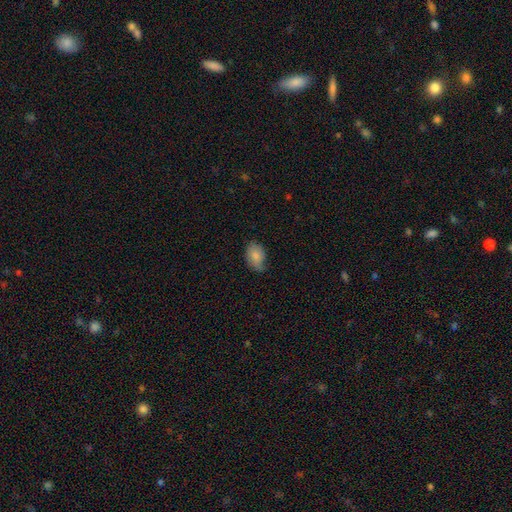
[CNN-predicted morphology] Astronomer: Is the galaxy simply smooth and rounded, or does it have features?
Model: smooth — 81%.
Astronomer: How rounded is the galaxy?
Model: in between — 85%.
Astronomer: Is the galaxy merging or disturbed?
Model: none — 54% (runner-up: minor disturbance, 35%).